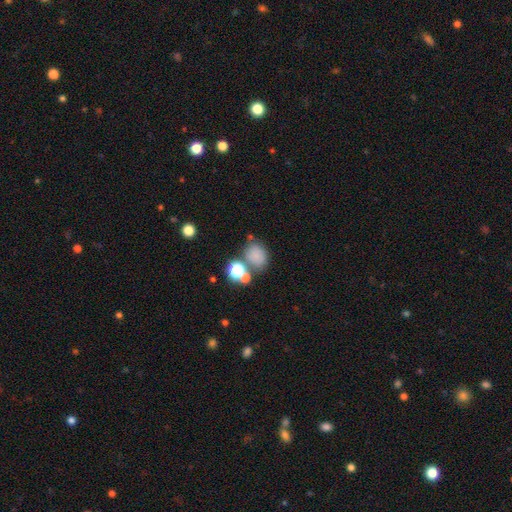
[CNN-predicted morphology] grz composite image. It shows a smooth galaxy with no disk features (74%) that is round (56%). Merging: none (57%).